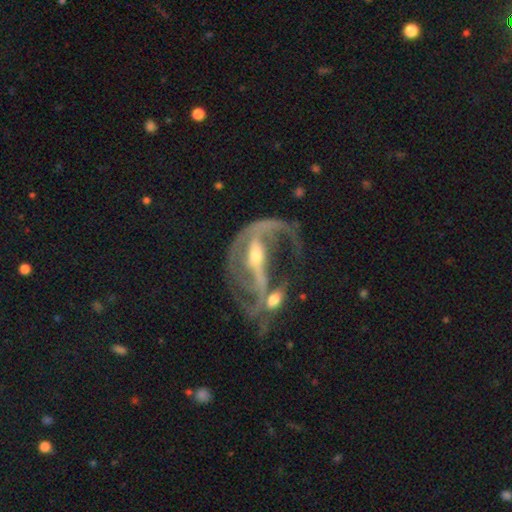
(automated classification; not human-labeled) This is clearly a featured or disk galaxy (83%). It is clearly not viewed edge-on (91%). Bar: marginally strong (44%). Spiral arm pattern: likely yes (78%). Spiral arm count: marginally 2 (40%). Spiral winding: marginally loose (41%). Central bulge: possibly moderate (51%). Merging: marginally merger (36%).